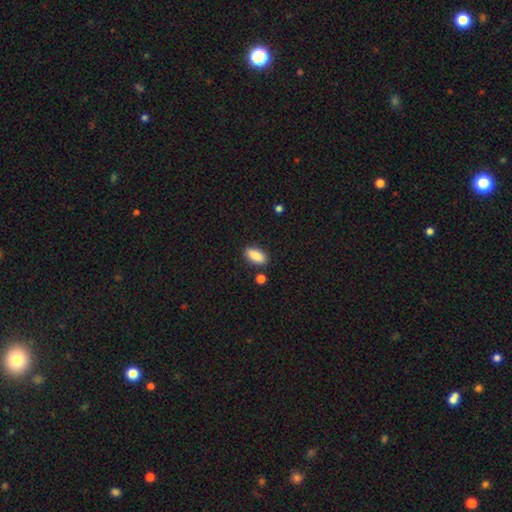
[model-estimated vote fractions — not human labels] This appears to be a smooth galaxy with no disk features (89%) that is in between round and cigar-shaped (89%). Merging: none (85%).